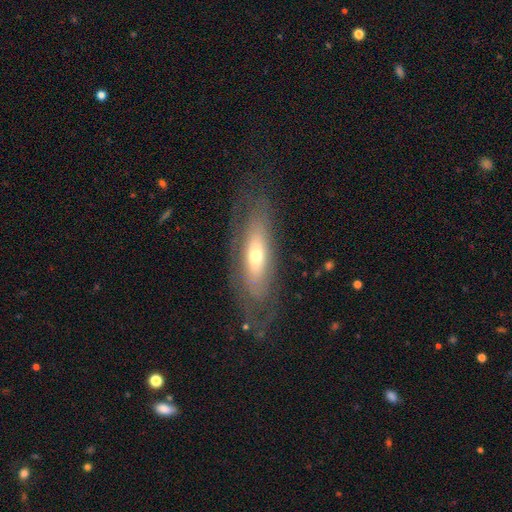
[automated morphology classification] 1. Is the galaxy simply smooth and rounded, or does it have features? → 59% featured or disk, 34% smooth, 7% star or artifact.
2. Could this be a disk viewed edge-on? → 69% no, 31% yes.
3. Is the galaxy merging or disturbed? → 70% none, 17% minor disturbance, 11% major disturbance, 1% merger.